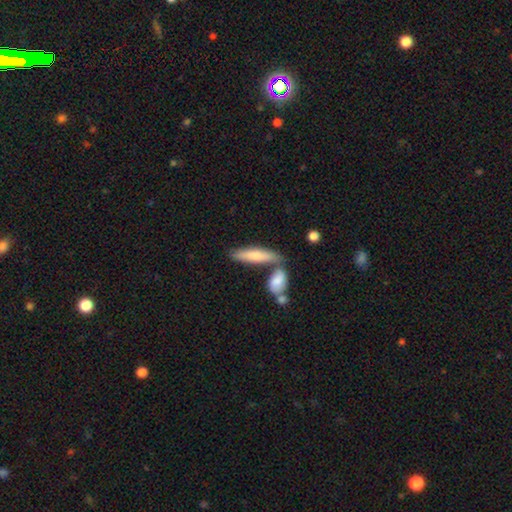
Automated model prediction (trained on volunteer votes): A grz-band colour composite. It shows a smooth galaxy with no disk features (74%) that is cigar-shaped (70%). Merging: none (54%).